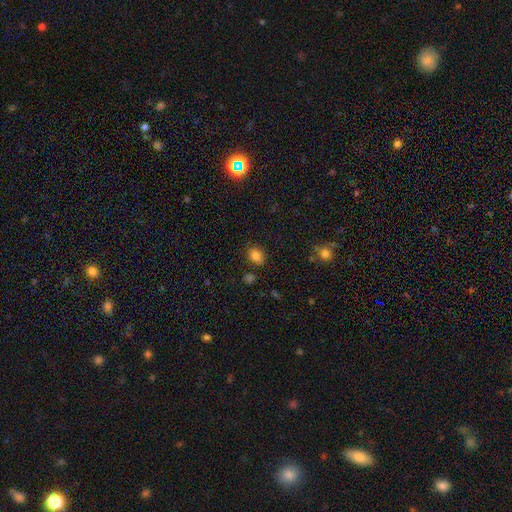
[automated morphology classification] Smooth or featured? smooth (83%)
How rounded? in between (68%)
Merging? none (79%)